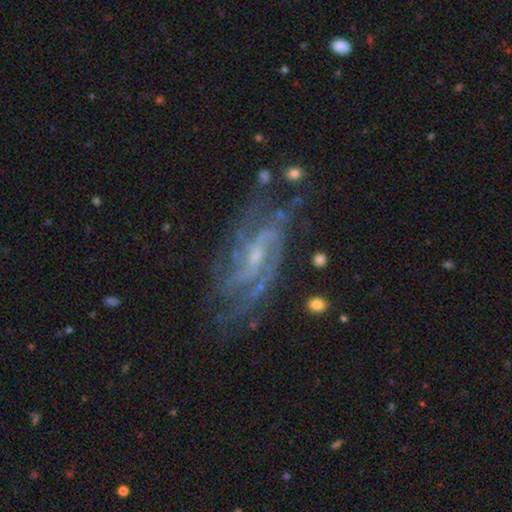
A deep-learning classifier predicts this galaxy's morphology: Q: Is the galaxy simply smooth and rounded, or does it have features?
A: featured or disk — 89%.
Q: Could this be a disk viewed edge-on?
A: no — 94%.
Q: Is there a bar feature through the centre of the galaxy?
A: weak — 49%.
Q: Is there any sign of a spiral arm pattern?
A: yes — 97%.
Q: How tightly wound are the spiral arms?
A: medium — 48%.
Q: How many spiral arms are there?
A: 2 — 37%.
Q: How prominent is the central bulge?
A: small — 66%.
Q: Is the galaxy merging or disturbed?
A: none — 71%.